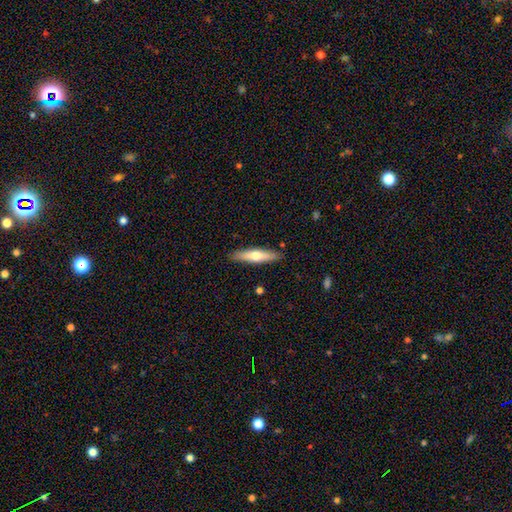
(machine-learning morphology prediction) smooth 54%, featured or disk 41%, star or artifact 5%. Down the decision tree: how rounded — cigar-shaped (79%); merging — none (89%).